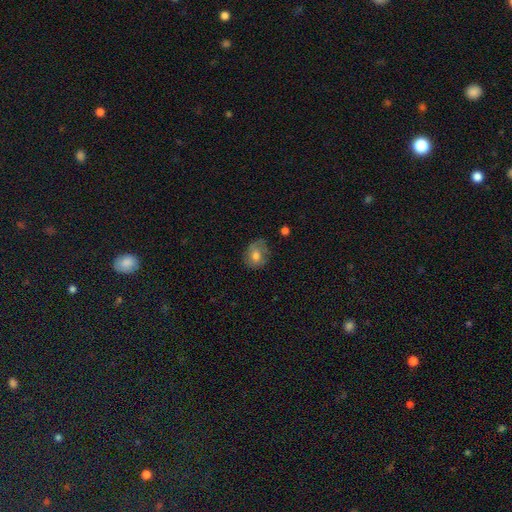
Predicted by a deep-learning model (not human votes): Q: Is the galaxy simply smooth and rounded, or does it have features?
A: smooth — 71%.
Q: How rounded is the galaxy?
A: round — 57%.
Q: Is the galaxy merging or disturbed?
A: none — 61%.